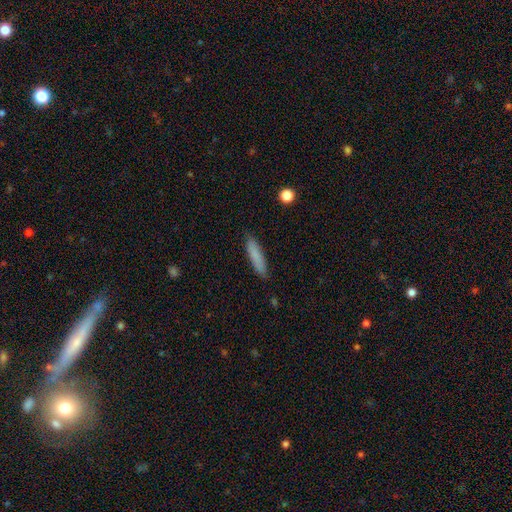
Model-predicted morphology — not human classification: Q: Smooth or featured?
A: smooth (83%); runner-up: featured or disk (10%)
Q: How rounded?
A: cigar-shaped (81%); runner-up: in between (18%)
Q: Merging?
A: none (86%); runner-up: minor disturbance (10%)